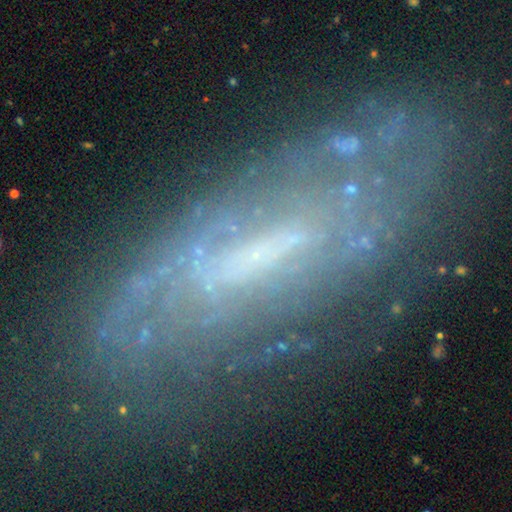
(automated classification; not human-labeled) Smooth or featured?
  - featured or disk: 65% *
  - smooth: 22%
  - star or artifact: 12%
Edge-on disk?
  - no: 74% *
  - yes: 26%
Merging?
  - none: 67% *
  - minor disturbance: 20%
  - major disturbance: 10%
  - merger: 2%